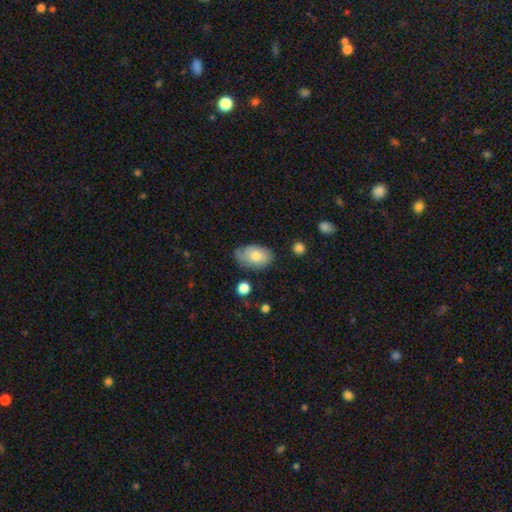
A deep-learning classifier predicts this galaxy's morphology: Smooth or featured? Predicted: smooth (p=0.71). How rounded? Predicted: in between (p=0.90). Merging? Predicted: none (p=0.60).